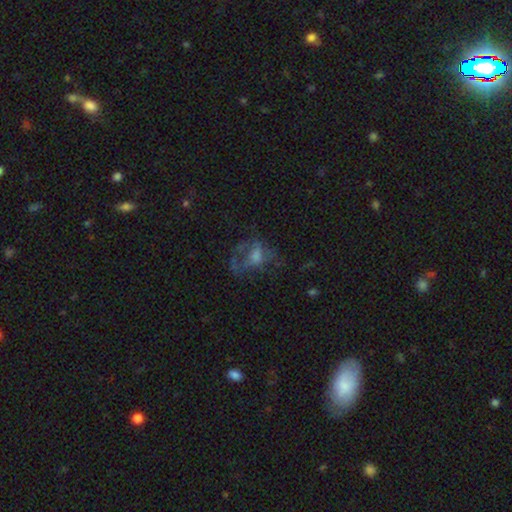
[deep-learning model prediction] Smooth or featured?
  - featured or disk: 49% *
  - smooth: 31%
  - star or artifact: 20%
Merging?
  - major disturbance: 40% *
  - none: 39%
  - minor disturbance: 18%
  - merger: 3%